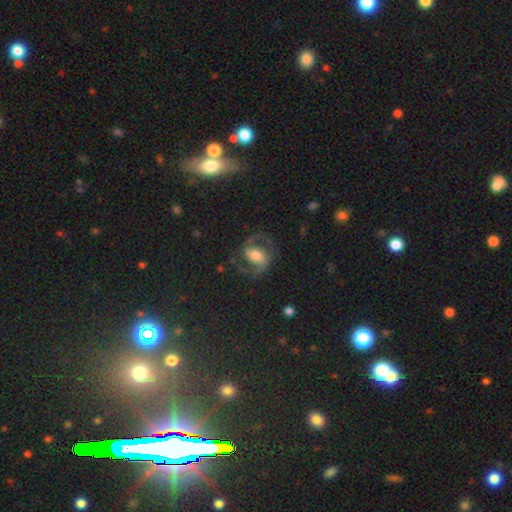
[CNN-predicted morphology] Overall: featured or disk (79%). Edge-on disk: no (97%). Bar: weak (39%; strong 34%). Spiral arms: yes (91%). Spiral arm count: 2 (91%). Spiral winding: medium (57%; loose 26%). Bulge size: moderate (62%). Merging: none (71%).